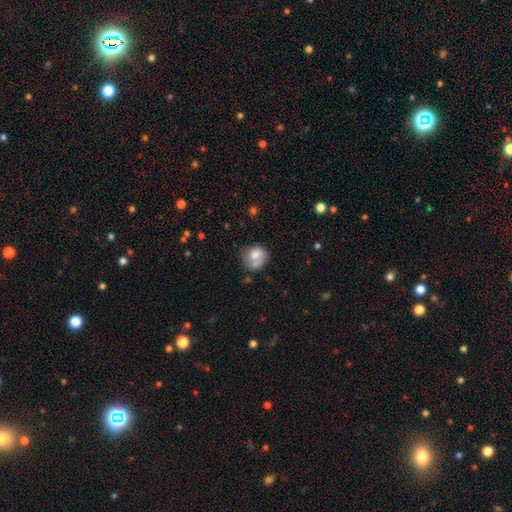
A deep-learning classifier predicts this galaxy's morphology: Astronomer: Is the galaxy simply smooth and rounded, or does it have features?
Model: smooth — 68%.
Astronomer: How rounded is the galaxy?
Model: round — 68%.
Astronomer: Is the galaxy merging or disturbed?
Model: none — 39% (runner-up: merger, 30%).